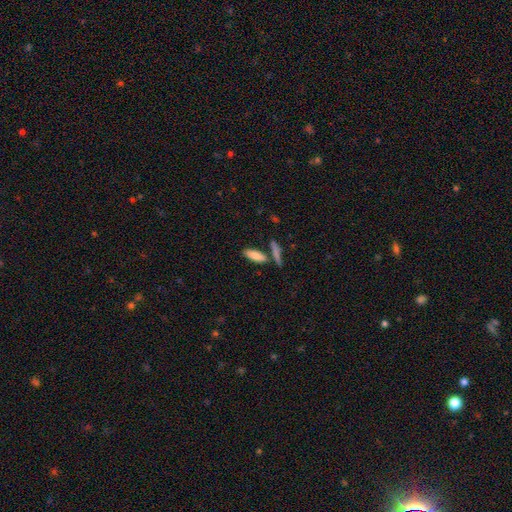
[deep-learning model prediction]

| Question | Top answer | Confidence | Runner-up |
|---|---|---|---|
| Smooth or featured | smooth | 81% | featured or disk (12%) |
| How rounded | in between | 55% | cigar-shaped (43%) |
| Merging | none | 64% | merger (20%) |